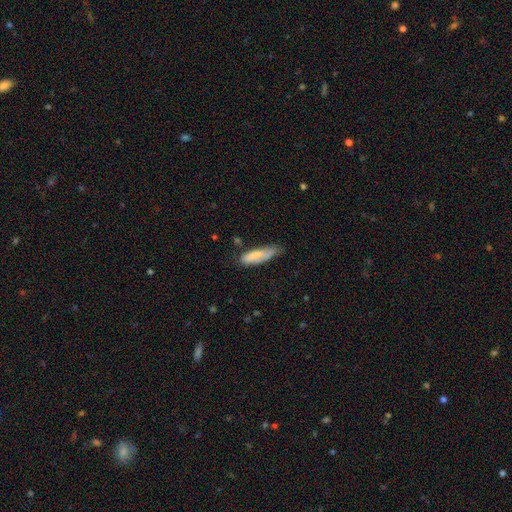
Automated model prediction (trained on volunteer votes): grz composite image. It shows a smooth galaxy with no disk features (73%) that is cigar-shaped (52%). Merging: none (53%).